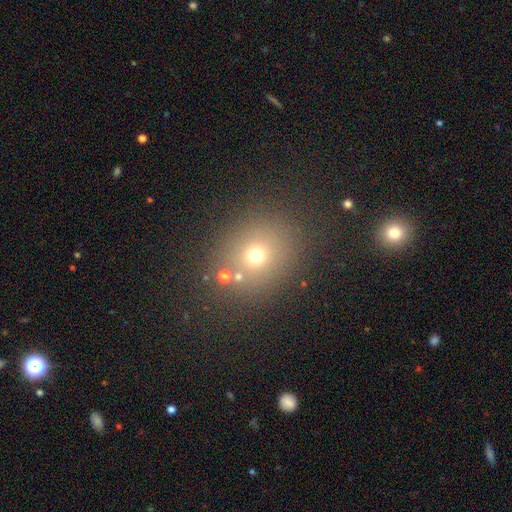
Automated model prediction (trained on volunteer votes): This is likely a smooth galaxy (66%). How rounded: likely round (68%). Merging: likely none (76%).